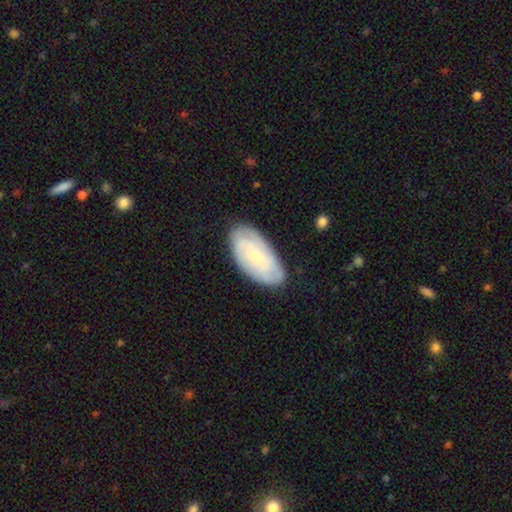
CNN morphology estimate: Q: Smooth or featured?
A: featured or disk (54%); runner-up: smooth (40%)
Q: Edge-on disk?
A: no (93%); runner-up: yes (7%)
Q: Merging?
A: none (80%); runner-up: minor disturbance (15%)